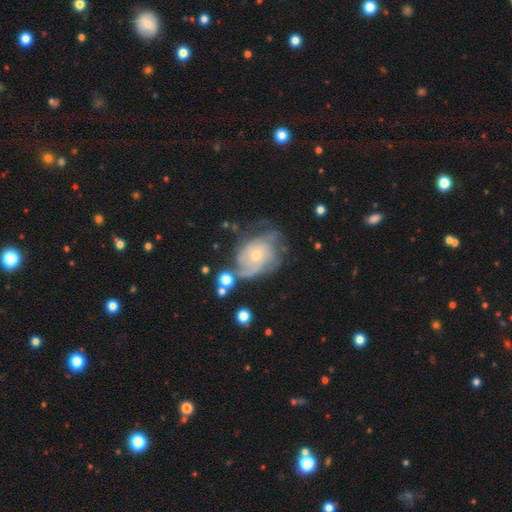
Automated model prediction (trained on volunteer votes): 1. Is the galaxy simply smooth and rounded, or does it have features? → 75% featured or disk, 17% smooth, 8% star or artifact.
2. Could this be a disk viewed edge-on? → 97% no, 3% yes.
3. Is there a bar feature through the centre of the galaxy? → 80% no, 18% weak, 3% strong.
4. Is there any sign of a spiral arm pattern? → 85% yes, 15% no.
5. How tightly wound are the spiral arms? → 52% tight, 33% medium, 15% loose.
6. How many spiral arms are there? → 47% can't tell, 19% 2, 16% 3, 8% 4, 6% 1, 5% more than 4.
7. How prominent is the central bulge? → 69% small, 27% moderate, 2% none, 2% large, 1% dominant.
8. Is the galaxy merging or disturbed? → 46% none, 25% minor disturbance, 22% major disturbance, 7% merger.